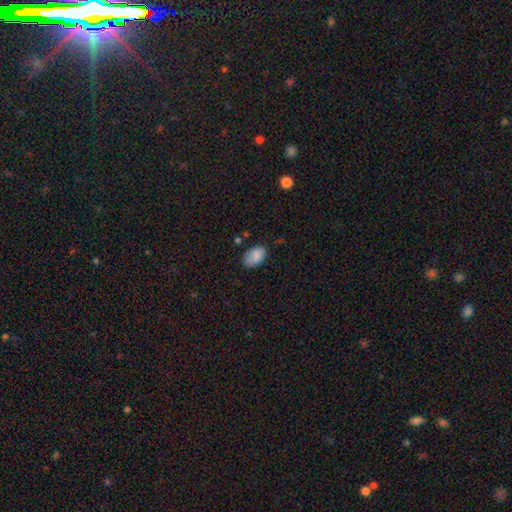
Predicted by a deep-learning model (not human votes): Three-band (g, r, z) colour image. It shows a smooth galaxy with no disk features (87%) that is in between round and cigar-shaped (91%). Merging: none (72%).